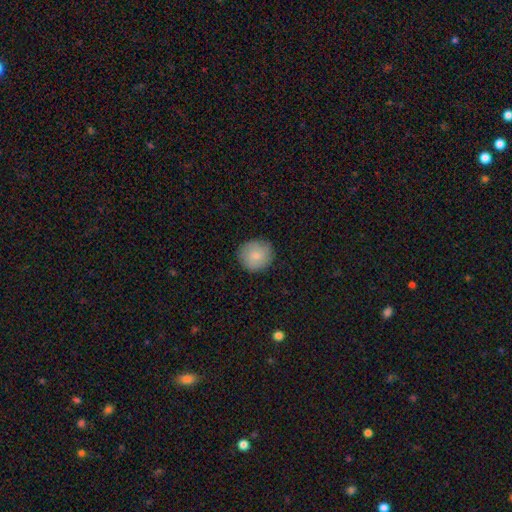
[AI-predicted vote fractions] The model was most divided on "smooth or featured": smooth: 81%, featured or disk: 12%, star or artifact: 7%. More confident: how rounded — round (90%); merging — none (87%).